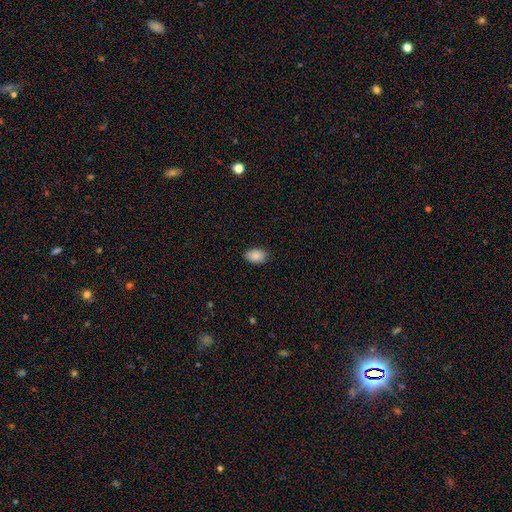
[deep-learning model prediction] Morphology: type=smooth (88%); roundness=in between (90%); merging=none (85%).